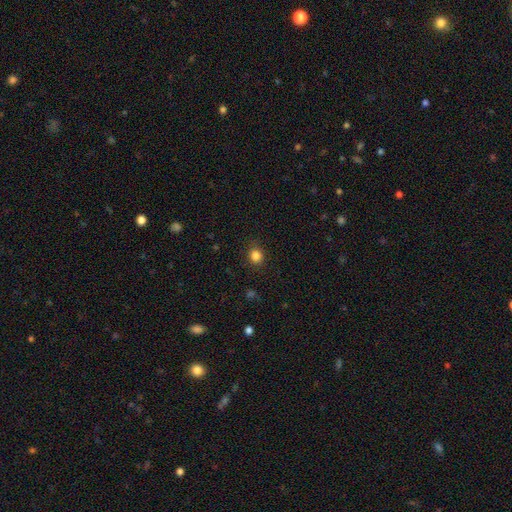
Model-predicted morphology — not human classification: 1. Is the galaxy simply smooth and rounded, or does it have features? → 84% smooth, 12% star or artifact, 4% featured or disk.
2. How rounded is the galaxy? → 83% round, 16% in between, 1% cigar-shaped.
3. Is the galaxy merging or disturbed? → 88% none, 8% minor disturbance, 3% major disturbance, 1% merger.